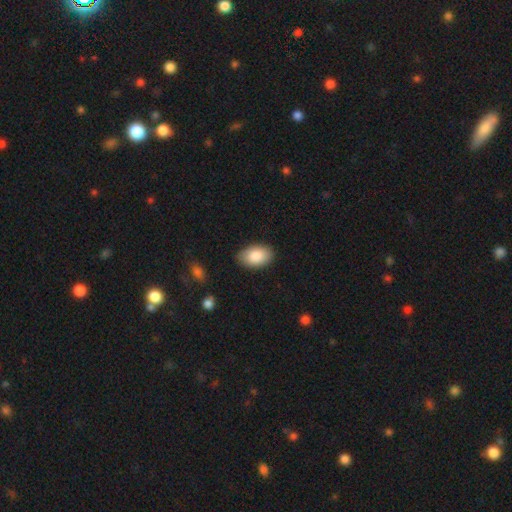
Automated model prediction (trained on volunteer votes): Q: Smooth or featured?
A: smooth (86%); runner-up: featured or disk (8%)
Q: How rounded?
A: in between (92%); runner-up: round (7%)
Q: Merging?
A: none (85%); runner-up: minor disturbance (12%)